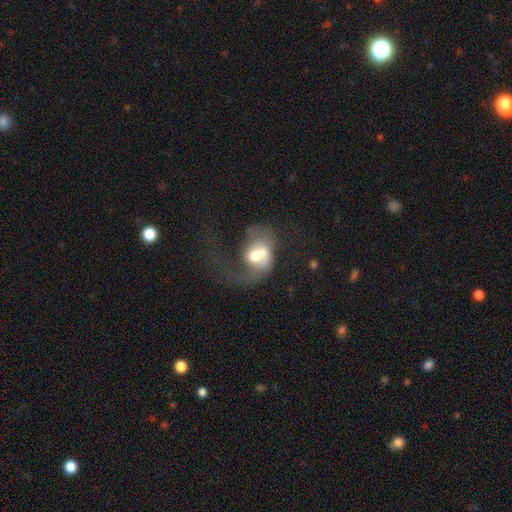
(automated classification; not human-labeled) smooth-or-featured: featured or disk: 52% | smooth: 40% | star or artifact: 8%
  disk-edge-on: no: 97% | yes: 3%
    bar: no: 72% | weak: 23% | strong: 6%
    has-spiral-arms: yes: 57% | no: 43%
    bulge-size: moderate: 61% | large: 24% | small: 10% | dominant: 4% | none: 2%
  merging: major disturbance: 42% | merger: 31% | none: 16% | minor disturbance: 12%